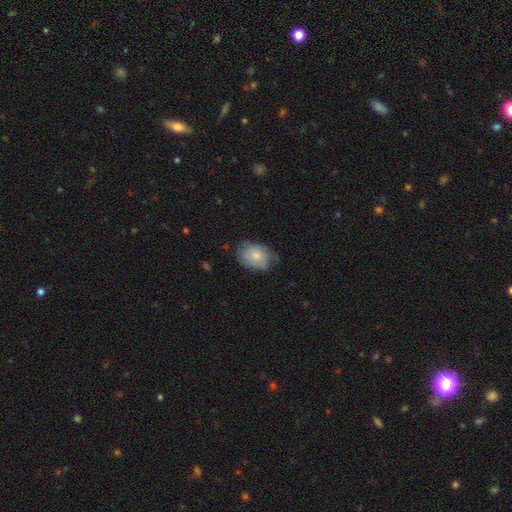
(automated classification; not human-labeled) This appears to be a smooth galaxy with no disk features (70%) that is in between round and cigar-shaped (73%). Merging: none (63%).